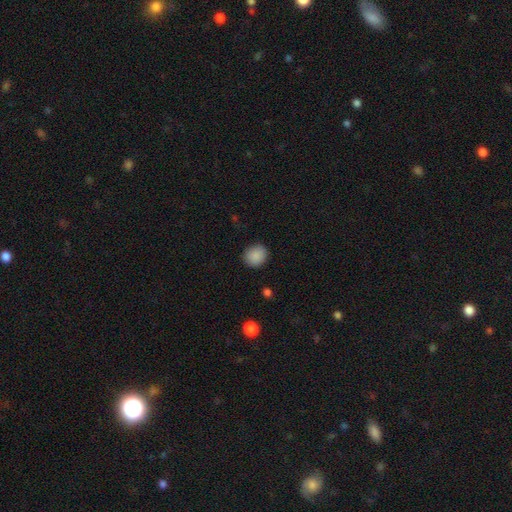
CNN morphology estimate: Q: Smooth or featured?
A: smooth (88%); runner-up: star or artifact (8%)
Q: How rounded?
A: round (78%); runner-up: in between (21%)
Q: Merging?
A: none (87%); runner-up: minor disturbance (9%)